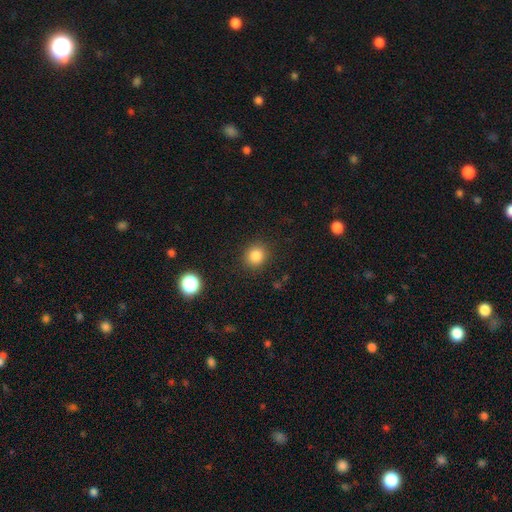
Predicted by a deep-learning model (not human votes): A smooth galaxy with no disk features (84%) that is round (84%). Merging: none (88%).